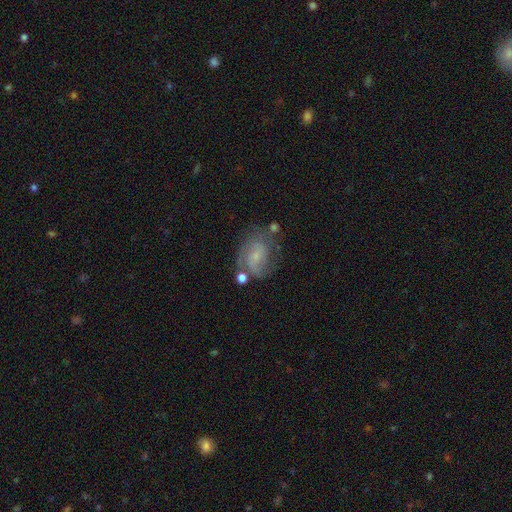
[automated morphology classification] smooth_or_featured: featured or disk (p=0.61) [alt: smooth p=0.29]
disk_edge_on: no (p=0.97) [alt: yes p=0.03]
bar: no (p=0.64) [alt: weak p=0.31]
has_spiral_arms: yes (p=0.83) [alt: no p=0.17]
bulge_size: small (p=0.70) [alt: moderate p=0.14]
merging: none (p=0.53) [alt: minor disturbance p=0.23]